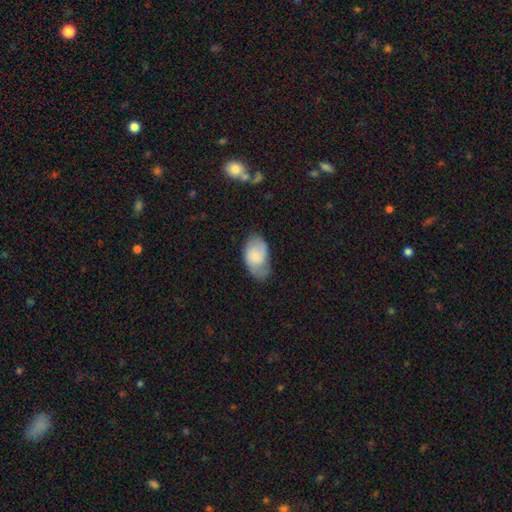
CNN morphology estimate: Smooth or featured?
  - smooth: 62% *
  - featured or disk: 31%
  - star or artifact: 7%
How rounded?
  - in between: 92% *
  - round: 6%
  - cigar-shaped: 1%
Merging?
  - none: 56% *
  - minor disturbance: 32%
  - major disturbance: 10%
  - merger: 2%